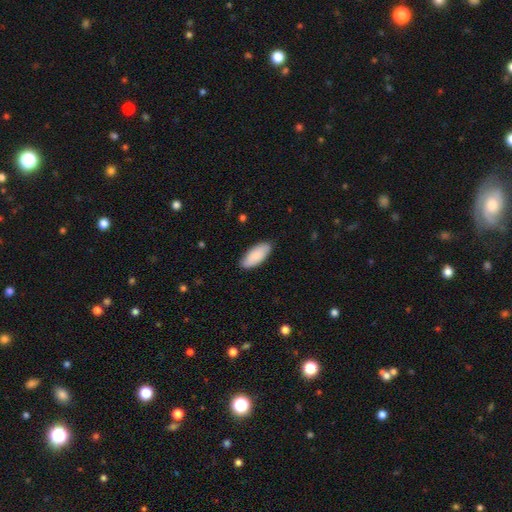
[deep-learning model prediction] Smooth or featured? smooth (86%)
How rounded? in between (86%)
Merging? none (86%)